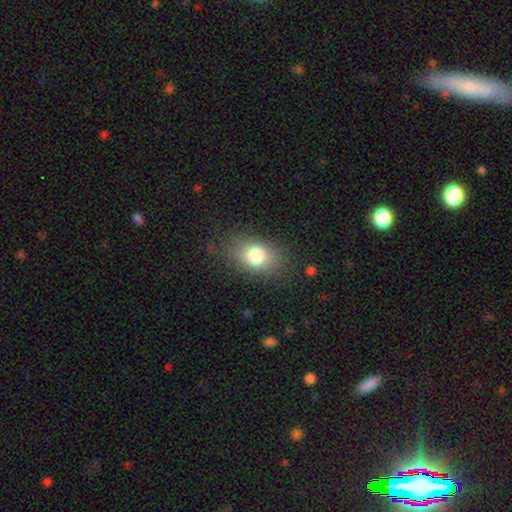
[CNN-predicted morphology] Smooth or featured? smooth (78%)
How rounded? in between (74%)
Merging? none (79%)